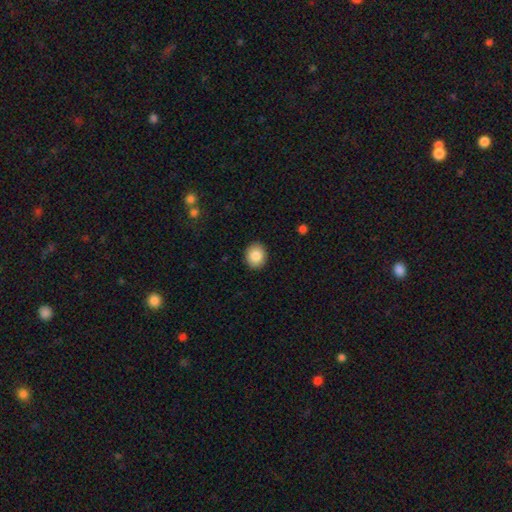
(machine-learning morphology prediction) This is clearly a smooth galaxy (85%). How rounded: likely round (68%). Merging: clearly none (91%).